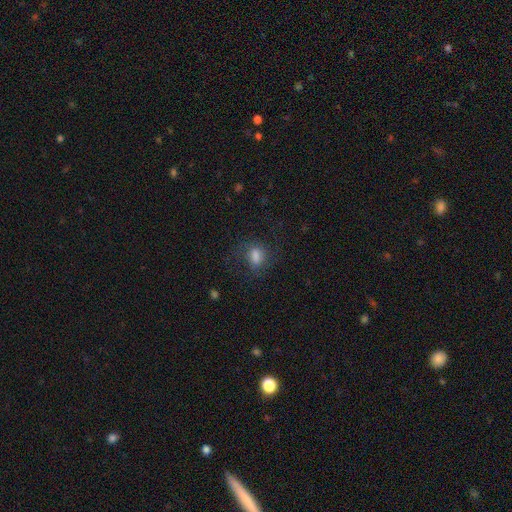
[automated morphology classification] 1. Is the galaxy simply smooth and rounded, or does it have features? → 67% smooth, 17% featured or disk, 16% star or artifact.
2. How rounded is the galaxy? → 68% in between, 29% round, 3% cigar-shaped.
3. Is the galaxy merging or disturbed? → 63% none, 19% minor disturbance, 15% major disturbance, 3% merger.